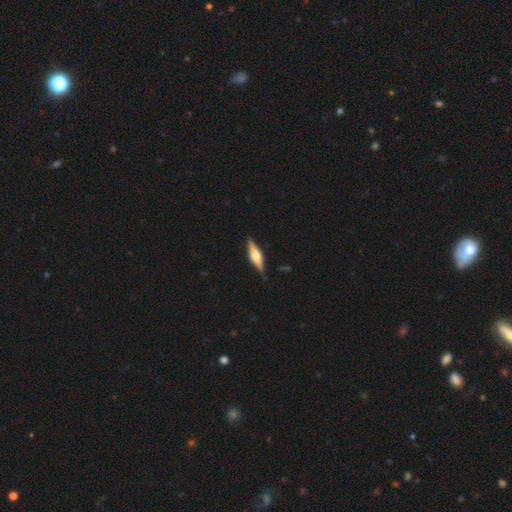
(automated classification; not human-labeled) Smooth or featured?
  - featured or disk: 59% *
  - smooth: 35%
  - star or artifact: 6%
Edge-on disk?
  - yes: 96% *
  - no: 4%
Edge-on bulge?
  - rounded: 85% *
  - boxy: 12%
  - none: 3%
Merging?
  - none: 87% *
  - minor disturbance: 10%
  - major disturbance: 2%
  - merger: 1%